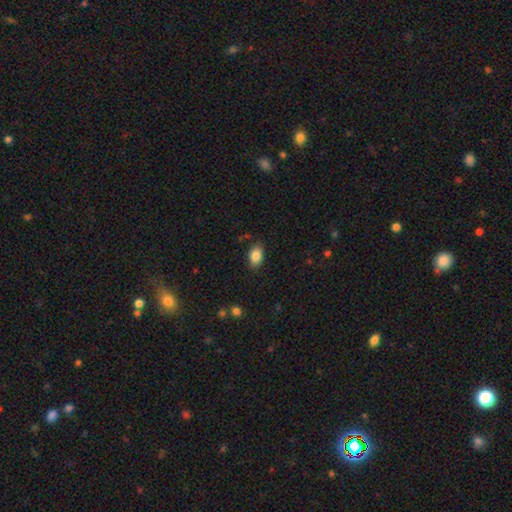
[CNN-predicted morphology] This appears to be a smooth galaxy with no disk features (85%) that is in between round and cigar-shaped (87%). Merging: none (84%).